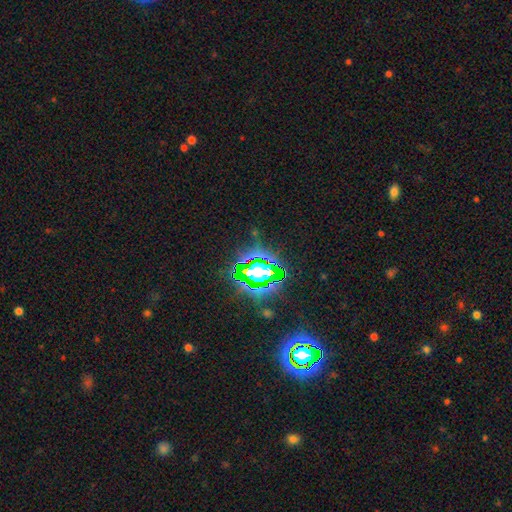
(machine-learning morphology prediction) Smooth or featured: star or artifact — 80% (smooth — 11%)